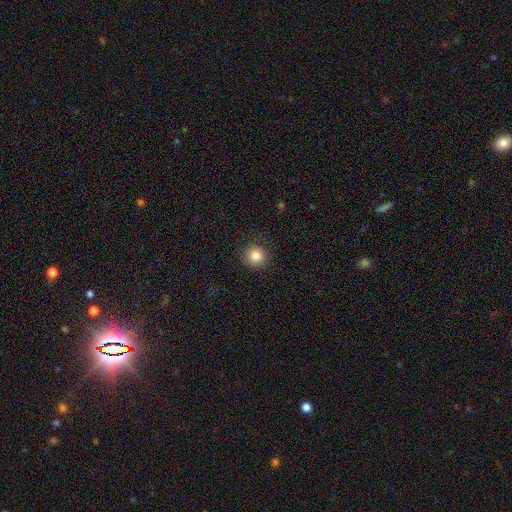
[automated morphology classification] A smooth galaxy with no disk features (84%) that is round (93%).

Vote fractions:
- Smooth or featured? smooth: 84% / star or artifact: 10% / featured or disk: 6%
- How rounded? round: 93% / in between: 6% / cigar-shaped: 1%
- Merging? none: 87% / minor disturbance: 9% / major disturbance: 3% / merger: 1%